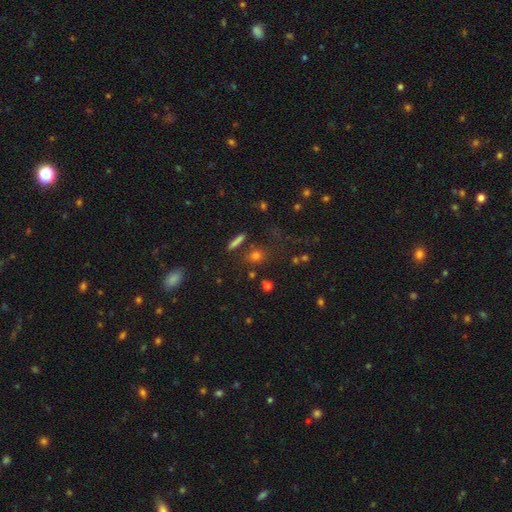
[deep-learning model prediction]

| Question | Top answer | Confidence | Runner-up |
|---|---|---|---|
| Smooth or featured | smooth | 67% | star or artifact (22%) |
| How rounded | round | 60% | in between (31%) |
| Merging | none | 78% | minor disturbance (10%) |